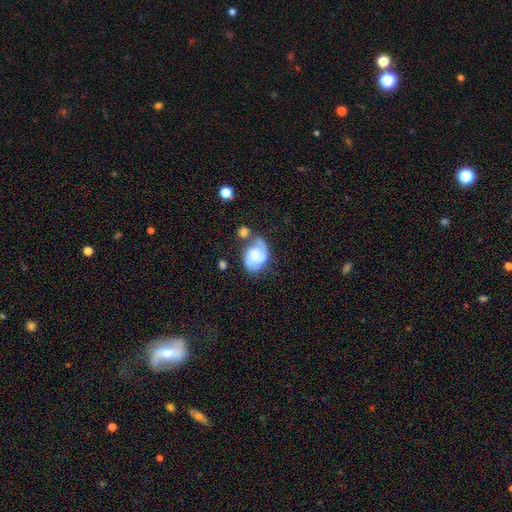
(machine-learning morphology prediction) This is possibly a featured or disk galaxy (56%). It is clearly not viewed edge-on (97%). Bar: likely no (63%). Spiral arm pattern: likely yes (80%). Central bulge: possibly moderate (50%). Merging: marginally none (35%).